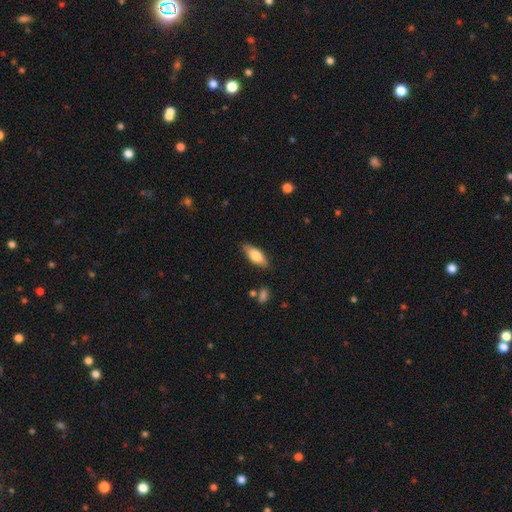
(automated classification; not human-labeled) A smooth galaxy with no disk features (75%) that is in between round and cigar-shaped (77%). Merging: none (82%).